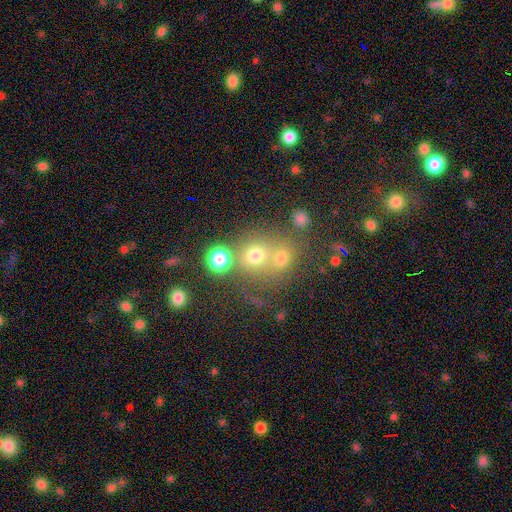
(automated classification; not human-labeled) Morphology: type=smooth (63%); roundness=round (82%); merging=none (48%).